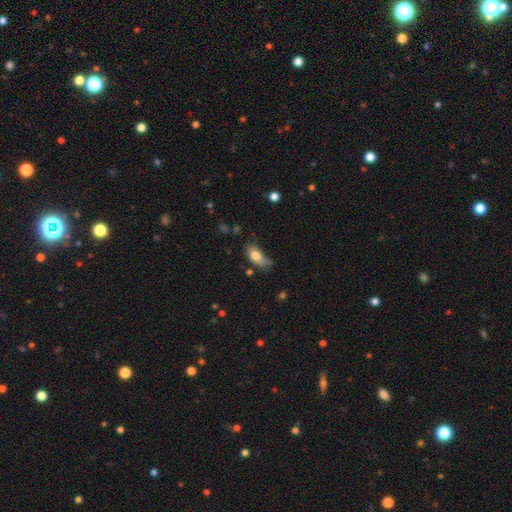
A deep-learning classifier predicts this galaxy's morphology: Overall: smooth (75%). How rounded: in between (87%). Merging: none (39%, tied with minor disturbance).